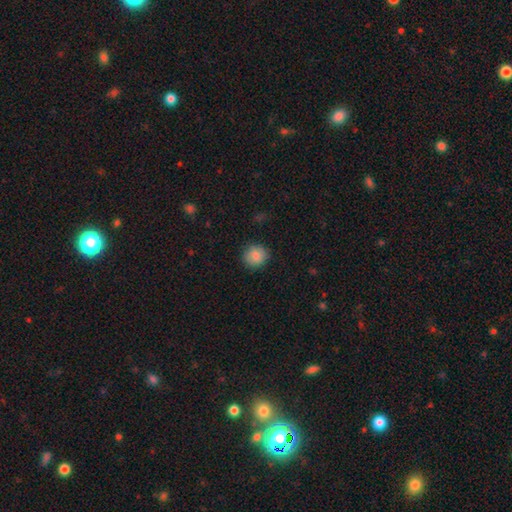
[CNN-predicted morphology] Smooth or featured?
  - smooth: 87% *
  - star or artifact: 8%
  - featured or disk: 5%
How rounded?
  - round: 89% *
  - in between: 10%
  - cigar-shaped: 1%
Merging?
  - none: 87% *
  - minor disturbance: 10%
  - major disturbance: 3%
  - merger: 1%